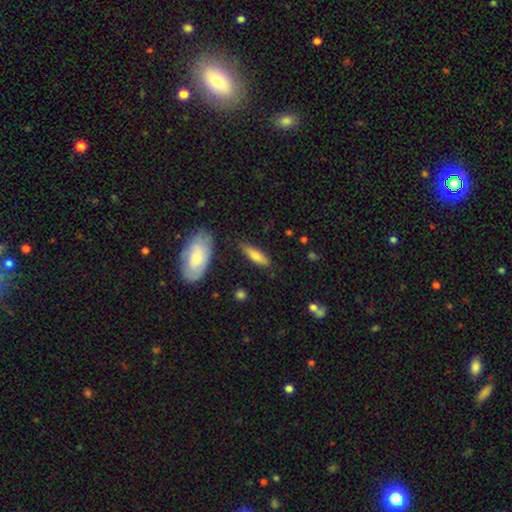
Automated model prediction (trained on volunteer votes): Morphology: type=smooth (69%); roundness=cigar-shaped (53%); merging=none (80%).